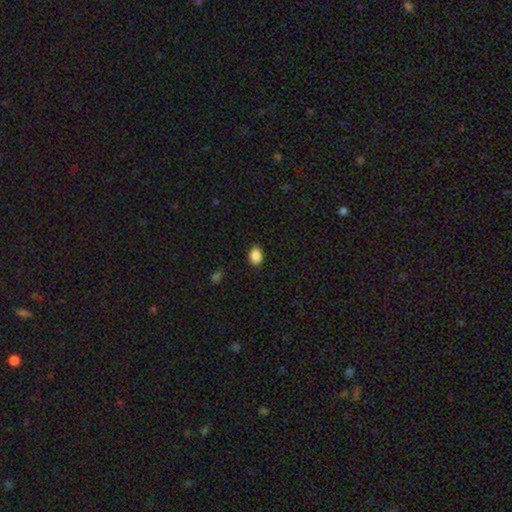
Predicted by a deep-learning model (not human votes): smooth-or-featured: smooth: 88% | star or artifact: 8% | featured or disk: 4%
  how-rounded: in between: 77% | round: 22% | cigar-shaped: 1%
  merging: none: 88% | minor disturbance: 9% | major disturbance: 2% | merger: 1%